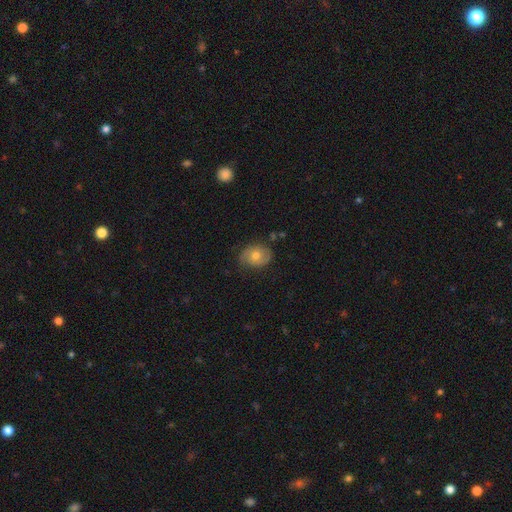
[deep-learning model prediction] A smooth galaxy with no disk features (46%). Merging: none (72%).